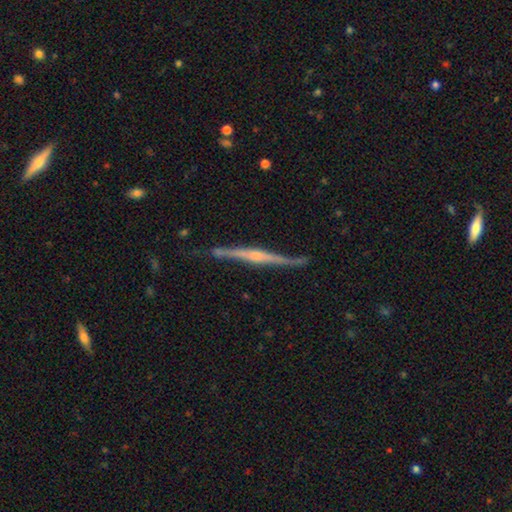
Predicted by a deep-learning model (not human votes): This is clearly a featured or disk galaxy (82%). It is clearly viewed edge-on (97%). Edge-on bulge: likely rounded (61%). Merging: likely none (78%).